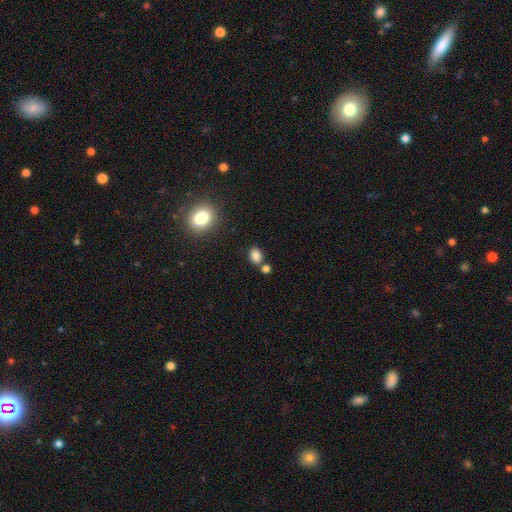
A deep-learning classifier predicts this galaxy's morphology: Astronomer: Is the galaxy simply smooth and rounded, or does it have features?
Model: smooth — 83%.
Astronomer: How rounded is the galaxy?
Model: in between — 63%.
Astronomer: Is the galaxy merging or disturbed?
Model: none — 67%.